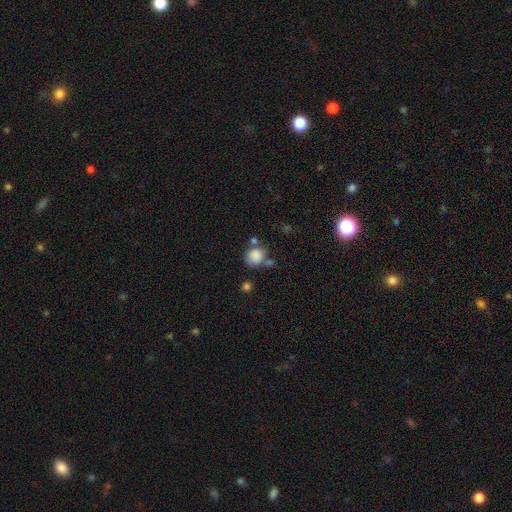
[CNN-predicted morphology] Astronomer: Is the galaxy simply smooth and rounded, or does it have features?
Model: smooth — 85%.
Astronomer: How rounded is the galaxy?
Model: round — 77%.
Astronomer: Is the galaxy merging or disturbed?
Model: none — 60%.